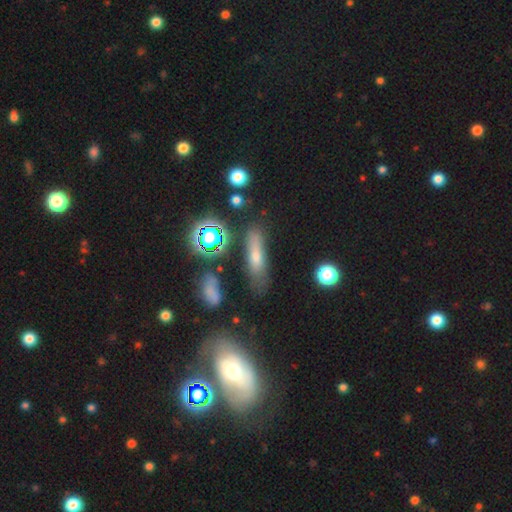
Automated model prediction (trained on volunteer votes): Smooth or featured? smooth (60%)
How rounded? cigar-shaped (62%)
Merging? none (72%)